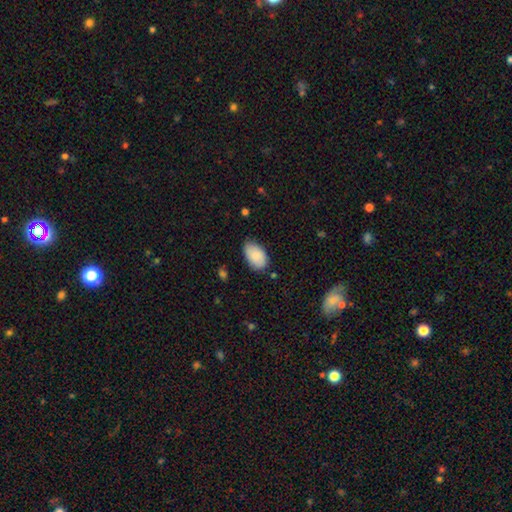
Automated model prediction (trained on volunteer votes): Morphology: type=smooth (88%); roundness=in between (93%); merging=none (75%).